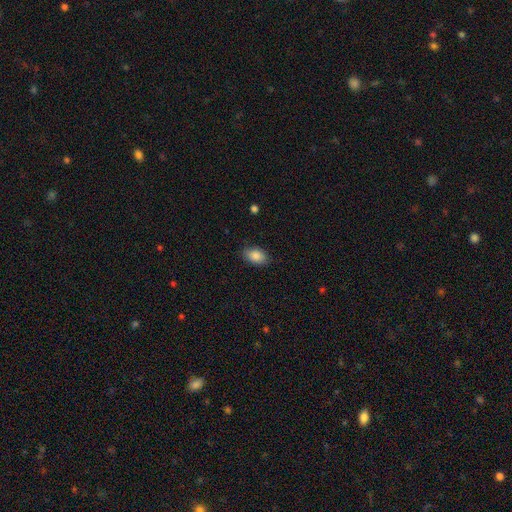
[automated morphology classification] smooth_or_featured: smooth (p=0.87) [alt: star or artifact p=0.08]
how_rounded: in between (p=0.87) [alt: round p=0.11]
merging: none (p=0.84) [alt: minor disturbance p=0.12]